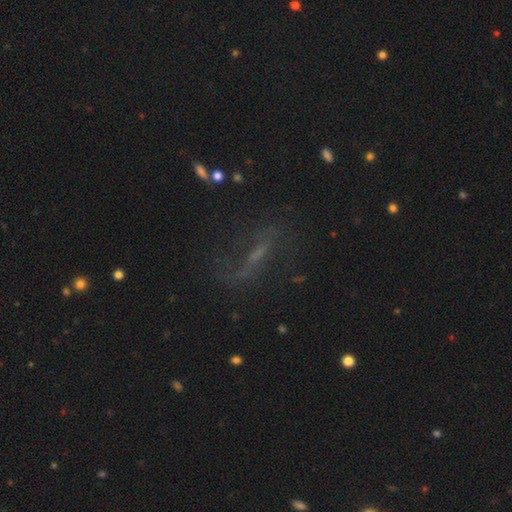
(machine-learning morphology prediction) A featured or disk galaxy (53%).

Vote fractions:
- Smooth or featured? featured or disk: 53% / star or artifact: 27% / smooth: 20%
- Edge-on disk? no: 72% / yes: 28%
- Merging? none: 61% / minor disturbance: 18% / major disturbance: 17% / merger: 4%